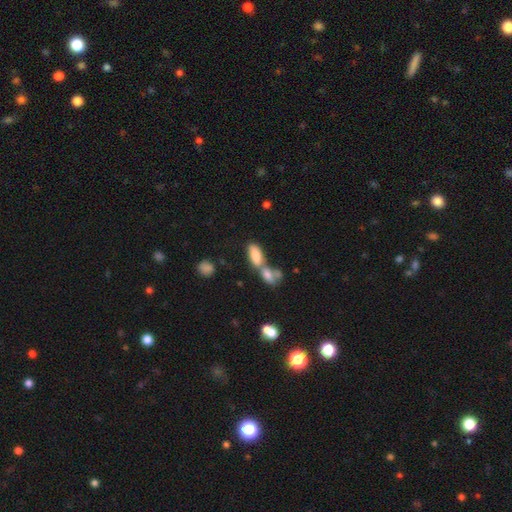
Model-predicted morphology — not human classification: A smooth galaxy with no disk features (79%) that is in between round and cigar-shaped (83%).

Vote fractions:
- Smooth or featured? smooth: 79% / featured or disk: 12% / star or artifact: 8%
- How rounded? in between: 83% / cigar-shaped: 14% / round: 3%
- Merging? merger: 59% / none: 27% / minor disturbance: 9% / major disturbance: 5%